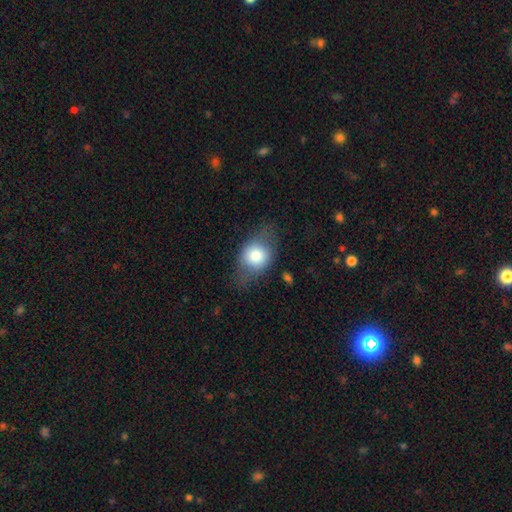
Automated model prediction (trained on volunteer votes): Overall: smooth (71%). How rounded: in between (52%; round 46%). Merging: none (60%; minor disturbance 24%).